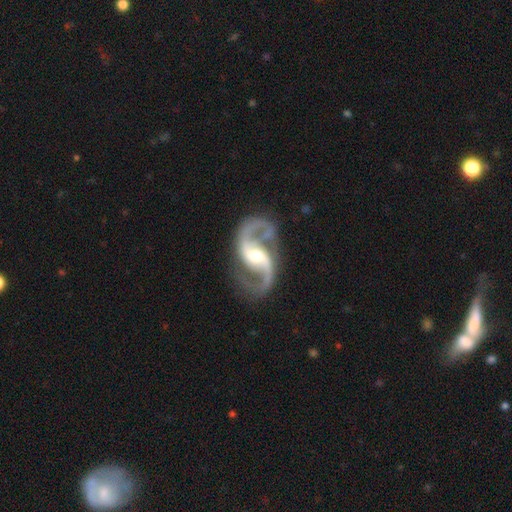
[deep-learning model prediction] Q: Smooth or featured?
A: featured or disk (94%); runner-up: star or artifact (4%)
Q: Edge-on disk?
A: no (98%); runner-up: yes (2%)
Q: Bar?
A: weak (39%); runner-up: strong (34%)
Q: Spiral arms?
A: yes (98%); runner-up: no (2%)
Q: Spiral winding?
A: medium (58%); runner-up: loose (31%)
Q: Spiral arm count?
A: 2 (95%); runner-up: 3 (1%)
Q: Bulge size?
A: moderate (64%); runner-up: small (27%)
Q: Merging?
A: none (82%); runner-up: minor disturbance (12%)